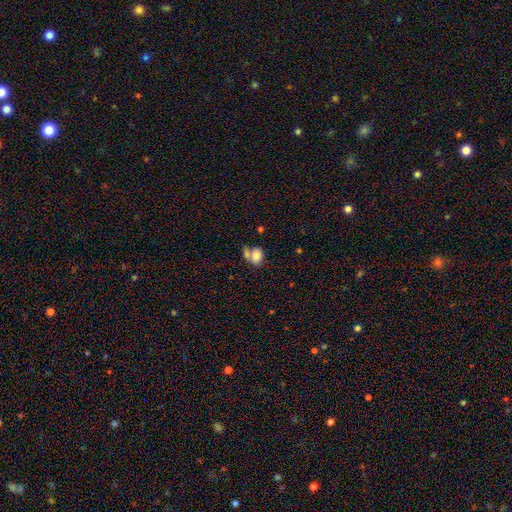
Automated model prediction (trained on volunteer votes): This appears to be a smooth galaxy with no disk features (81%) that is in between round and cigar-shaped (71%). Merging: merger (49%).